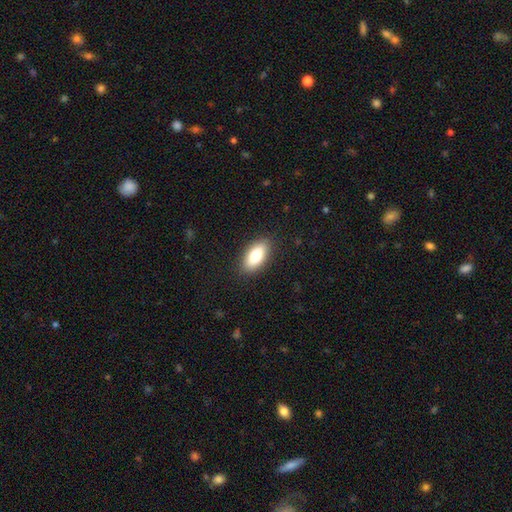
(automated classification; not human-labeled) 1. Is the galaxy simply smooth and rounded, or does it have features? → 79% smooth, 14% featured or disk, 7% star or artifact.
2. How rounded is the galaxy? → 89% in between, 8% cigar-shaped, 3% round.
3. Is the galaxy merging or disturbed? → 88% none, 9% minor disturbance, 2% major disturbance, 1% merger.